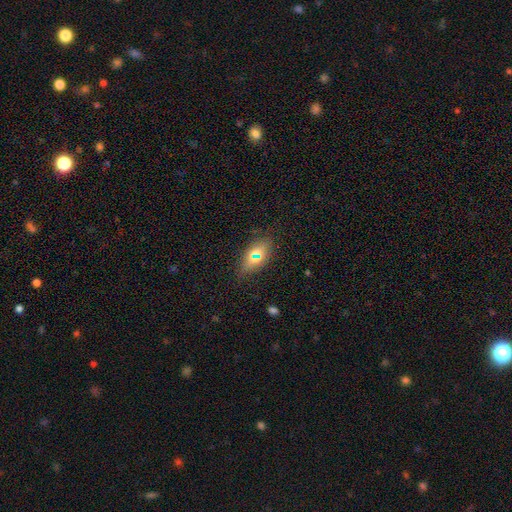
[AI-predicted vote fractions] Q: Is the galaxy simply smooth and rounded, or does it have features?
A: smooth — 63%.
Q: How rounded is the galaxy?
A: in between — 85%.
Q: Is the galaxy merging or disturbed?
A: none — 83%.